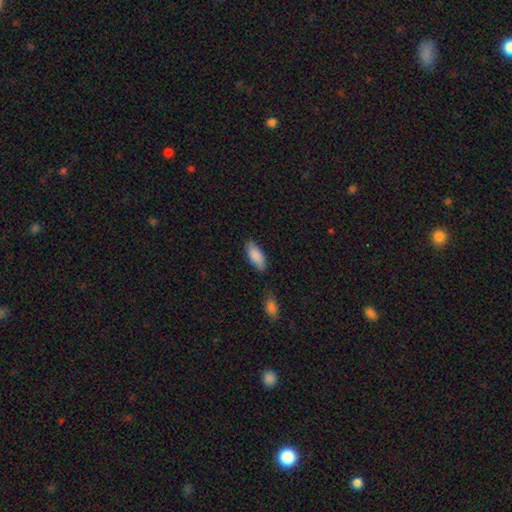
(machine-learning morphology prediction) type=smooth (87%); roundness=in between (84%); merging=none (76%).